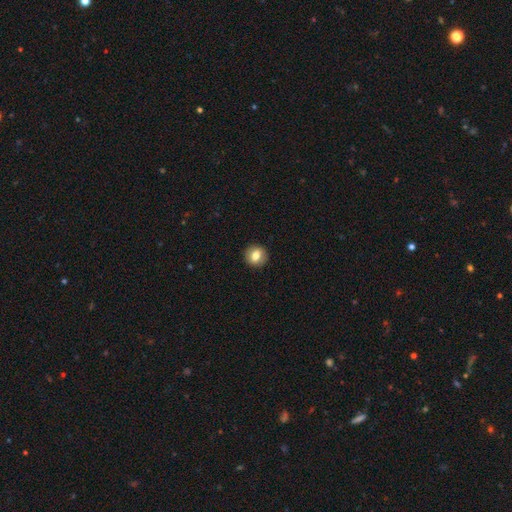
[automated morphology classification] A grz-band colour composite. It shows a smooth galaxy with no disk features (74%) that is round (84%). Merging: none (91%).